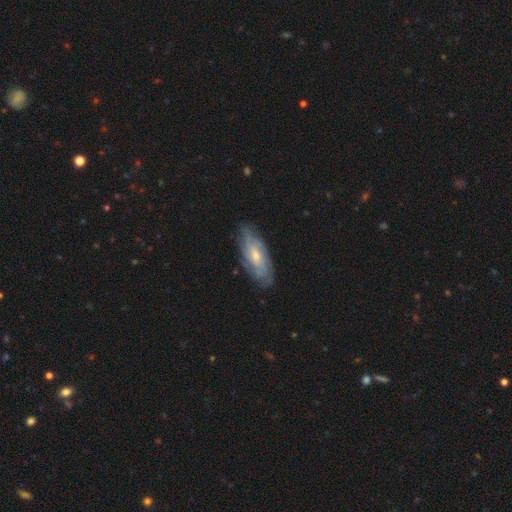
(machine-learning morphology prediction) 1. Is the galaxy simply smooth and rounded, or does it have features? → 67% featured or disk, 27% smooth, 6% star or artifact.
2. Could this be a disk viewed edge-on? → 84% no, 16% yes.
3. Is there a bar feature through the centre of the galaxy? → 65% no, 30% weak, 4% strong.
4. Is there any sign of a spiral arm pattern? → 85% yes, 15% no.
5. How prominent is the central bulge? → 47% small, 46% moderate, 3% none, 3% large, 1% dominant.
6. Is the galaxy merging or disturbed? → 76% none, 18% minor disturbance, 4% major disturbance, 1% merger.